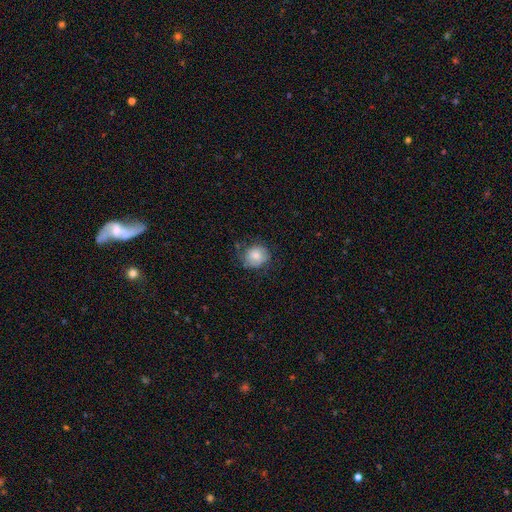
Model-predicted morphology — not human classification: This is likely a smooth galaxy (79%). How rounded: likely round (76%). Merging: likely none (66%).